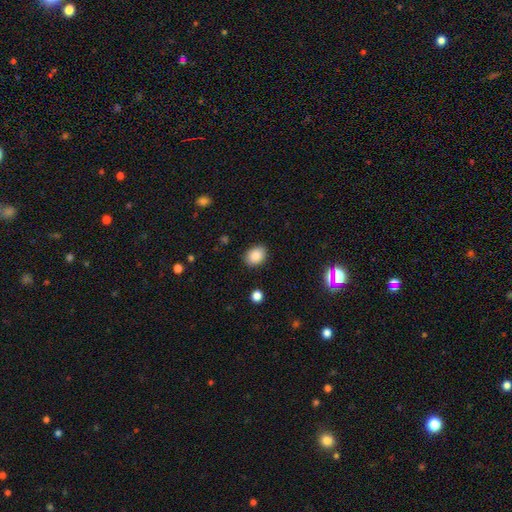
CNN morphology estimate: smooth-or-featured: smooth: 87% | star or artifact: 9% | featured or disk: 4%
  how-rounded: in between: 65% | round: 34% | cigar-shaped: 1%
  merging: none: 87% | minor disturbance: 9% | major disturbance: 2% | merger: 1%